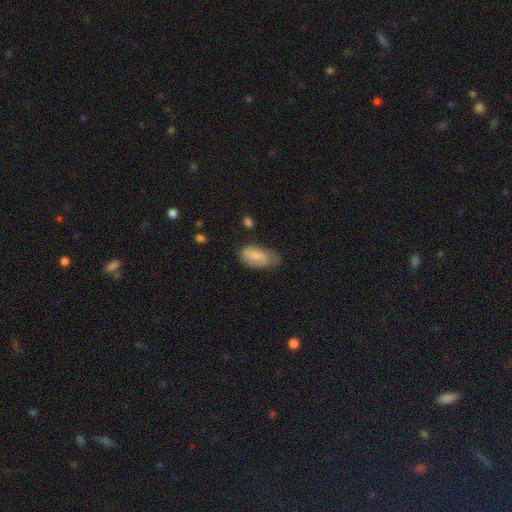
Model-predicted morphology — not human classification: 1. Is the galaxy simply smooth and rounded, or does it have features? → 80% smooth, 13% featured or disk, 6% star or artifact.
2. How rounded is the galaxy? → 92% in between, 6% cigar-shaped, 3% round.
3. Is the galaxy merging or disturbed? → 47% none, 38% minor disturbance, 12% major disturbance, 3% merger.